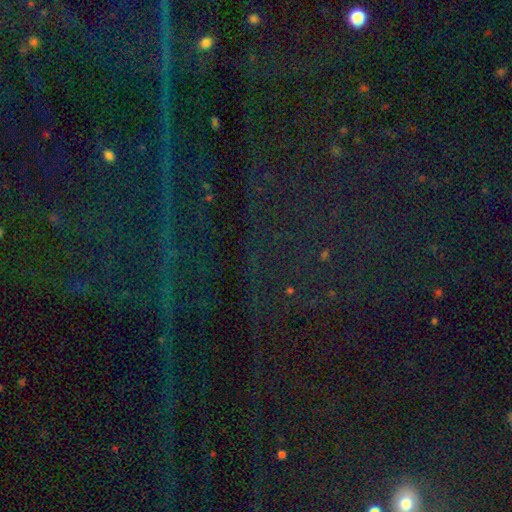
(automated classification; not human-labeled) This appears to be a star or artifact, not a galaxy (84%).